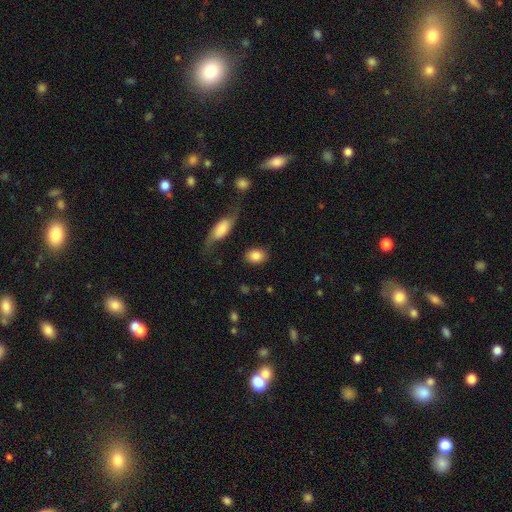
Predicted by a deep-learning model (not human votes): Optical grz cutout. It shows a smooth galaxy with no disk features (85%) that is in between round and cigar-shaped (75%). Merging: none (80%).